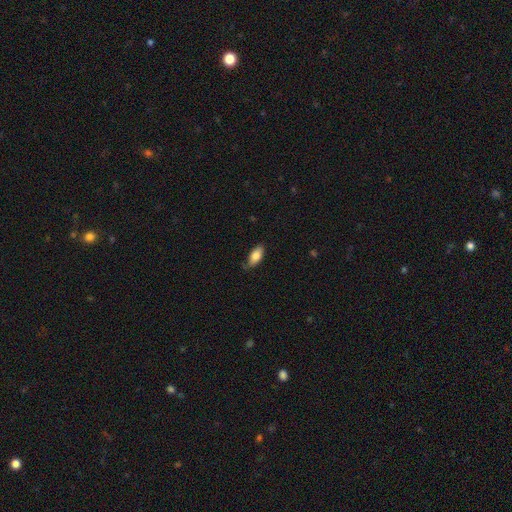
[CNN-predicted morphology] Smooth or featured? Predicted: smooth (p=0.81). How rounded? Predicted: in between (p=0.87). Merging? Predicted: none (p=0.73).